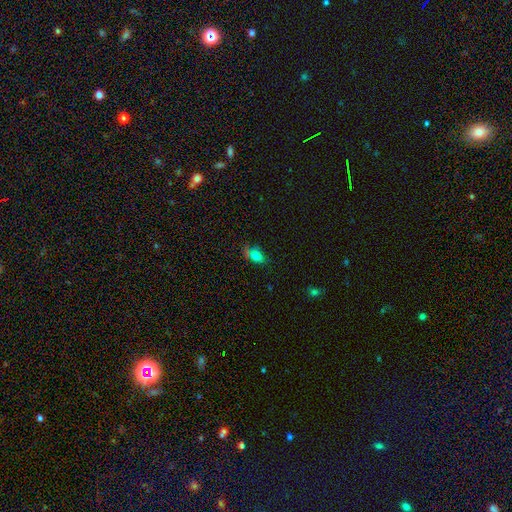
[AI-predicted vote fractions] smooth_or_featured: smooth (p=0.75) [alt: featured or disk p=0.14]
how_rounded: in between (p=0.77) [alt: round p=0.18]
merging: none (p=0.54) [alt: minor disturbance p=0.28]